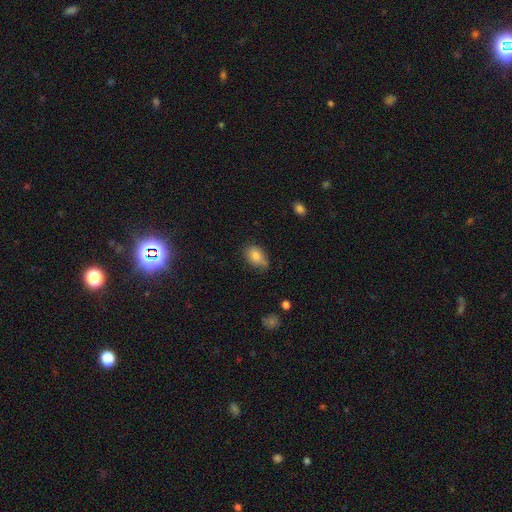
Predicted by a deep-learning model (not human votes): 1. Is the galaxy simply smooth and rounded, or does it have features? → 82% smooth, 9% featured or disk, 9% star or artifact.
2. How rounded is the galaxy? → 85% in between, 13% round, 2% cigar-shaped.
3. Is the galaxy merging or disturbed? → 59% none, 33% minor disturbance, 6% major disturbance, 2% merger.